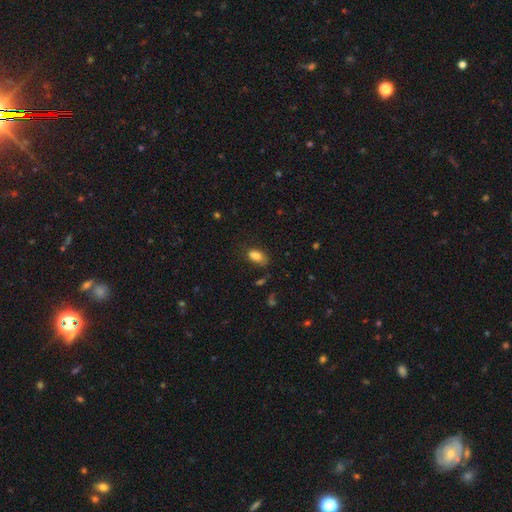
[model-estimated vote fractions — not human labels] The model was most divided on "merging": none: 61%, minor disturbance: 26%, major disturbance: 9%, merger: 4%. More confident: how rounded — in between (91%); smooth or featured — smooth (83%).